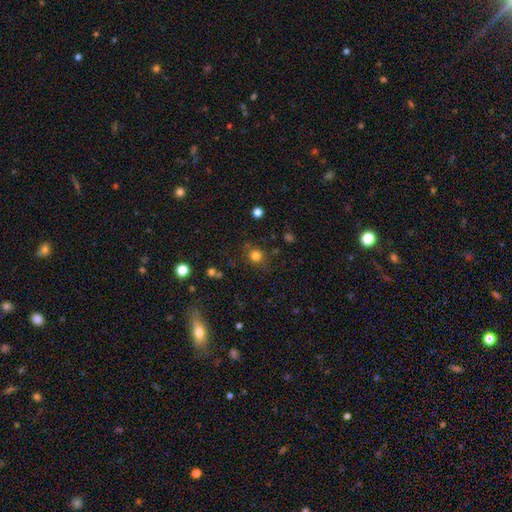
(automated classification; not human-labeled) Q: Smooth or featured?
A: smooth (79%); runner-up: star or artifact (15%)
Q: How rounded?
A: round (83%); runner-up: in between (16%)
Q: Merging?
A: none (79%); runner-up: minor disturbance (13%)